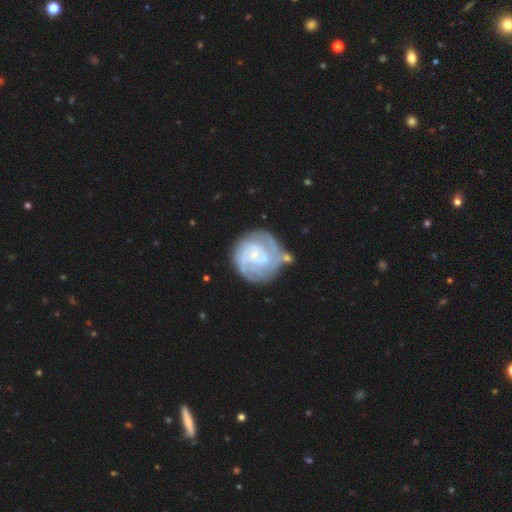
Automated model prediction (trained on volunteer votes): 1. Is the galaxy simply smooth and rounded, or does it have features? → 85% featured or disk, 10% smooth, 5% star or artifact.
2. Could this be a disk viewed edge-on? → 98% no, 2% yes.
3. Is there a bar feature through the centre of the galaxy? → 62% no, 31% weak, 7% strong.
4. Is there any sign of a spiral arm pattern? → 96% yes, 4% no.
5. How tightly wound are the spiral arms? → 66% tight, 28% medium, 6% loose.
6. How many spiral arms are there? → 31% 2, 25% 3, 23% can't tell, 10% 4, 5% 1, 5% more than 4.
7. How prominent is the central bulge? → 76% small, 15% moderate, 6% none, 2% large, 1% dominant.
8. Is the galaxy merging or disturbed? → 65% none, 18% minor disturbance, 9% major disturbance, 8% merger.